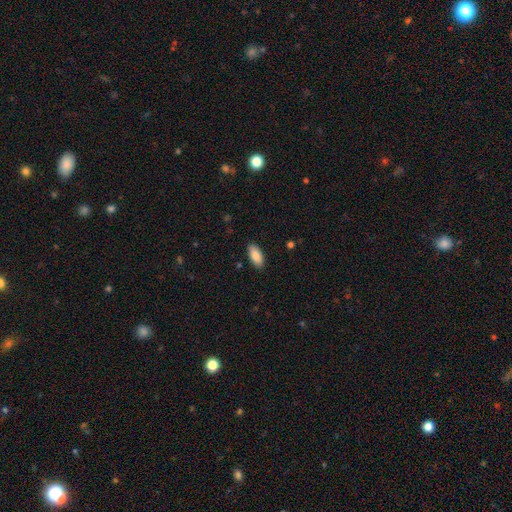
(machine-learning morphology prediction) smooth_or_featured: smooth (p=0.86) [alt: featured or disk p=0.08]
how_rounded: in between (p=0.87) [alt: cigar-shaped p=0.11]
merging: none (p=0.88) [alt: minor disturbance p=0.09]